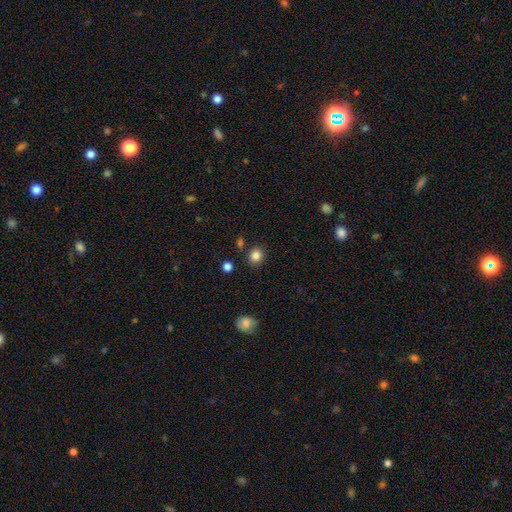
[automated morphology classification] smooth-or-featured: smooth: 84% | star or artifact: 11% | featured or disk: 4%
  how-rounded: round: 79% | in between: 20% | cigar-shaped: 1%
  merging: none: 86% | minor disturbance: 8% | merger: 4% | major disturbance: 2%